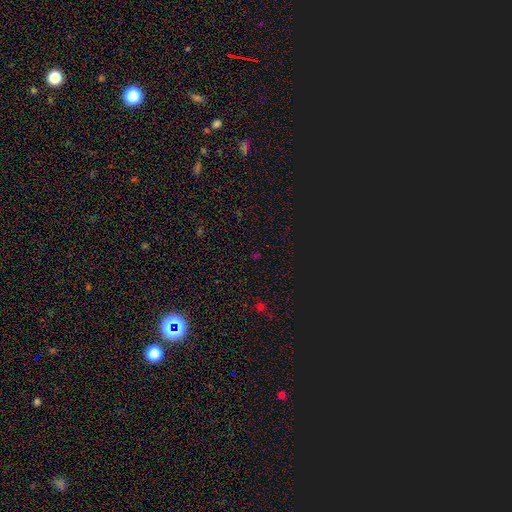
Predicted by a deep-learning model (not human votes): Overall: star or artifact (68%).